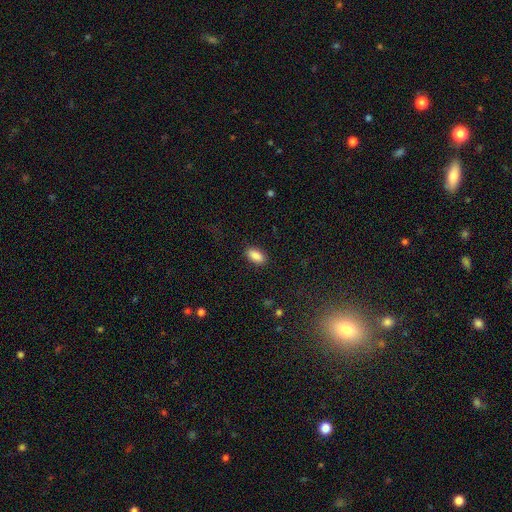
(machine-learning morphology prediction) smooth_or_featured: smooth (p=0.89) [alt: star or artifact p=0.07]
how_rounded: in between (p=0.92) [alt: cigar-shaped p=0.05]
merging: none (p=0.88) [alt: minor disturbance p=0.08]